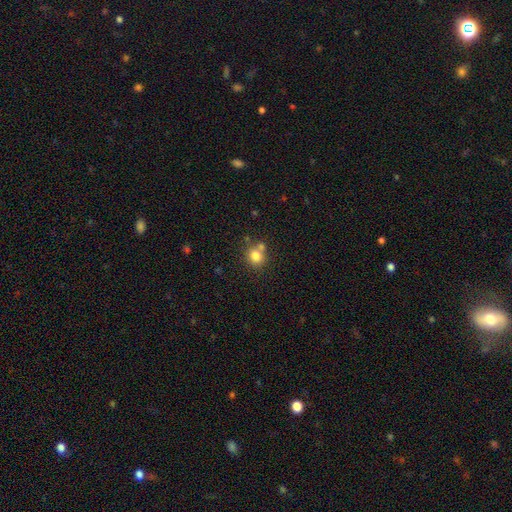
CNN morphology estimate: This is likely a smooth galaxy (80%). How rounded: clearly round (84%). Merging: likely none (61%).